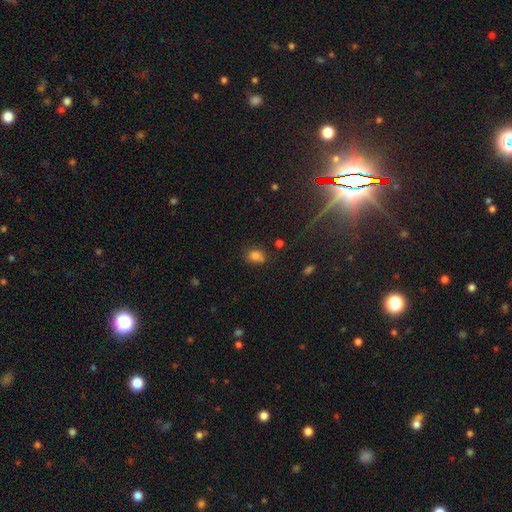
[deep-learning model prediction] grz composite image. It shows a smooth galaxy with no disk features (76%) that is in between round and cigar-shaped (57%). Merging: none (62%).